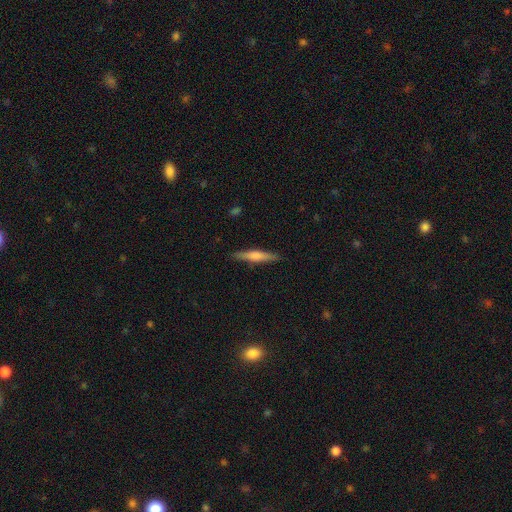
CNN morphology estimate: smooth 57%, featured or disk 38%, star or artifact 6%. Down the decision tree: how rounded — cigar-shaped (90%); merging — none (89%).